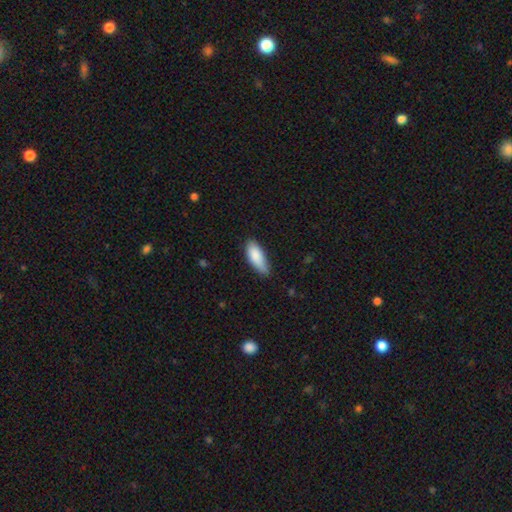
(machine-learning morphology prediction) smooth_or_featured: smooth (p=0.86) [alt: featured or disk p=0.08]
how_rounded: in between (p=0.78) [alt: cigar-shaped p=0.20]
merging: none (p=0.63) [alt: minor disturbance p=0.31]